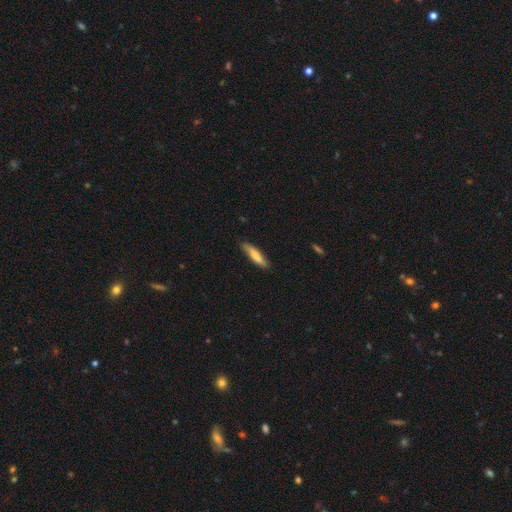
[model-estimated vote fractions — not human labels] smooth 75%, featured or disk 19%, star or artifact 5%. Down the decision tree: how rounded — cigar-shaped (81%); merging — none (82%).